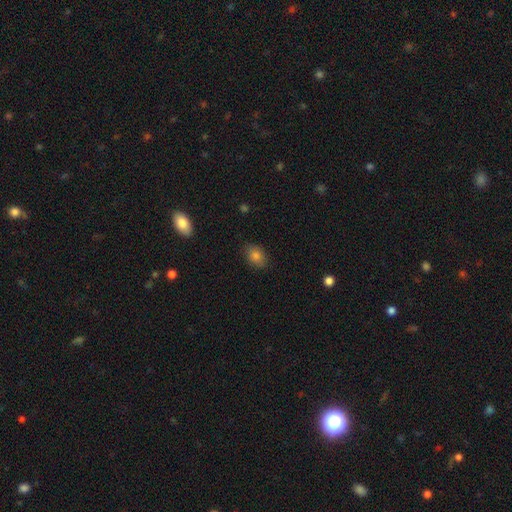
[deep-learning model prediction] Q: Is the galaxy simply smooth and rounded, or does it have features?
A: smooth — 82%.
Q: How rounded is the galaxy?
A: in between — 75%.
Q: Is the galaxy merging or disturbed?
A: none — 83%.